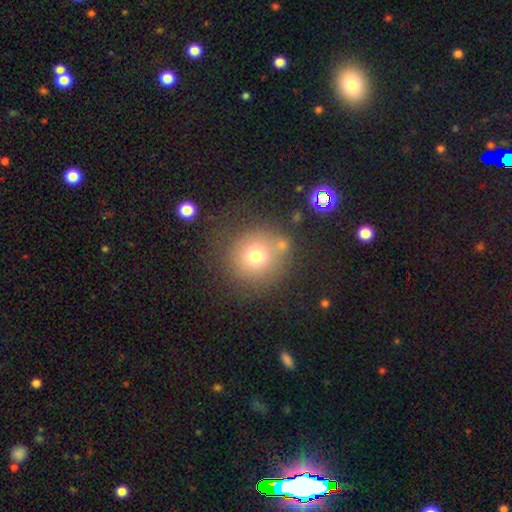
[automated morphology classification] smooth_or_featured: smooth (p=0.71) [alt: star or artifact p=0.15]
how_rounded: round (p=0.92) [alt: in between p=0.07]
merging: none (p=0.70) [alt: minor disturbance p=0.14]